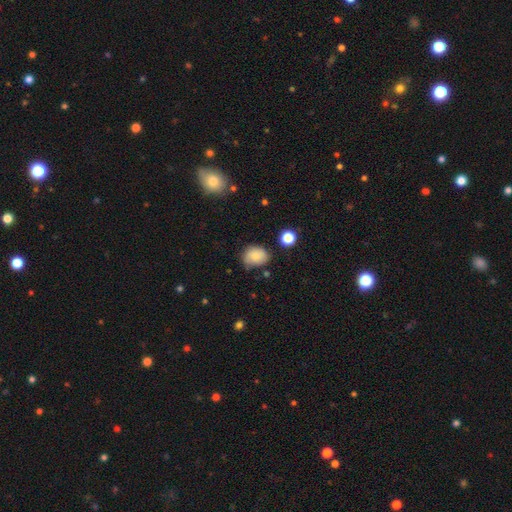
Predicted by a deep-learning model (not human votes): Smooth or featured? Predicted: smooth (p=0.80). How rounded? Predicted: round (p=0.51). Merging? Predicted: none (p=0.60).